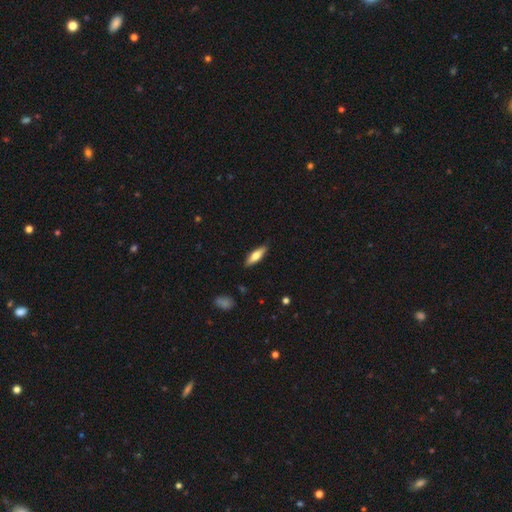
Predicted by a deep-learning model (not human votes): Smooth or featured? smooth (66%)
How rounded? cigar-shaped (52%)
Merging? none (87%)